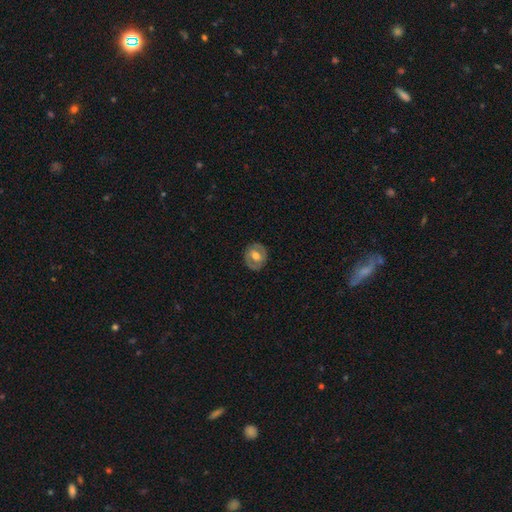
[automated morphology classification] featured or disk 57%, smooth 37%, star or artifact 6%. Down the decision tree: edge-on disk — no (95%); bar — weak (42%); spiral arms — no (53%); bulge size — moderate (67%); merging — none (84%).